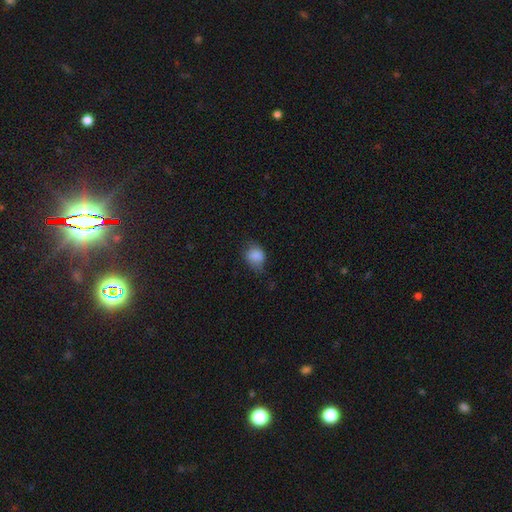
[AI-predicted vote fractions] Overall: smooth (83%). How rounded: round (50%; in between 49%). Merging: none (51%; minor disturbance 36%).